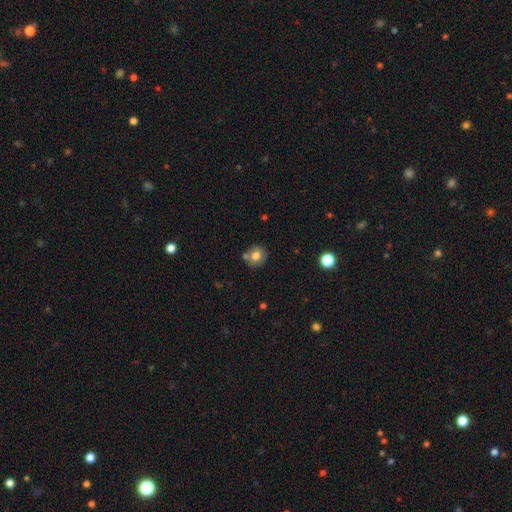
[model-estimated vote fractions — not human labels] Morphology: type=smooth (75%); roundness=round (79%); merging=none (69%).